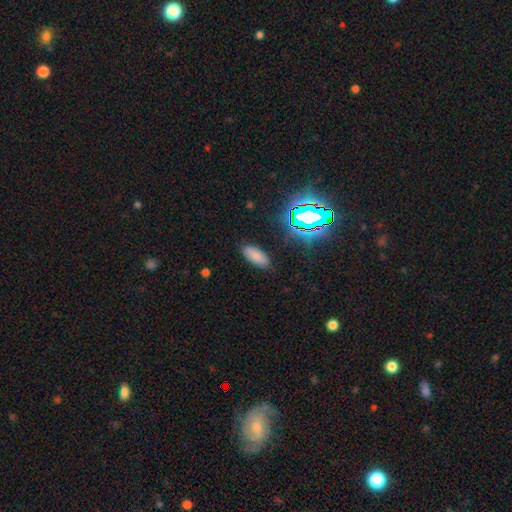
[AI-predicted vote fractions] This appears to be a smooth galaxy with no disk features (77%) that is in between round and cigar-shaped (82%). Merging: none (85%).